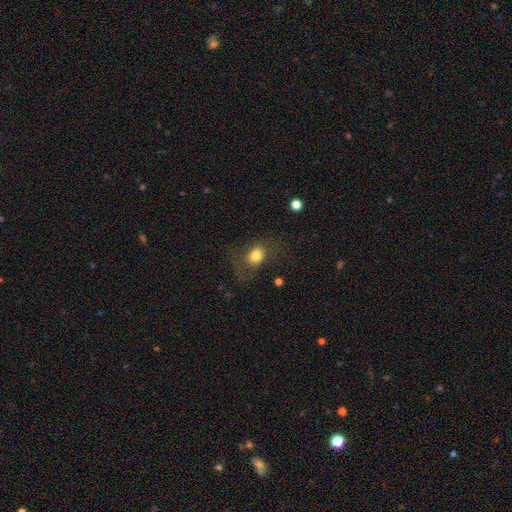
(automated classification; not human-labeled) Q: Smooth or featured?
A: smooth (76%); runner-up: featured or disk (14%)
Q: How rounded?
A: in between (56%); runner-up: round (42%)
Q: Merging?
A: none (54%); runner-up: major disturbance (23%)